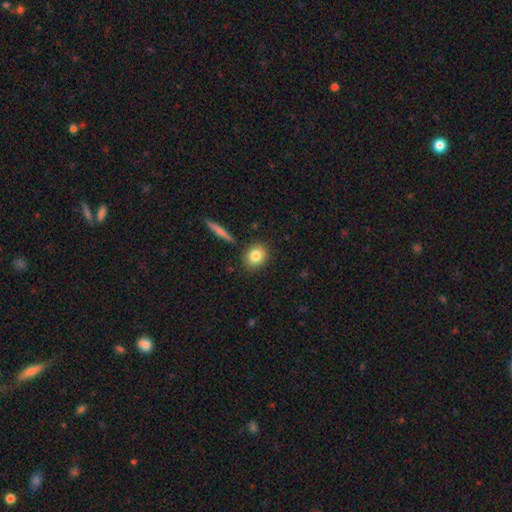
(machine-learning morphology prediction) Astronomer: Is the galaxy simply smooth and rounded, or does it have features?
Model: smooth — 83%.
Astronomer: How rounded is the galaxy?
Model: round — 73%.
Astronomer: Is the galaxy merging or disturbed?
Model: none — 86%.